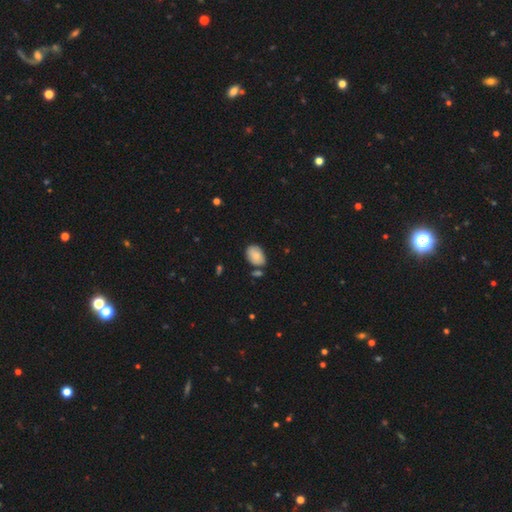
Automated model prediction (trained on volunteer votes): Smooth or featured?
  - smooth: 85% *
  - featured or disk: 8%
  - star or artifact: 8%
How rounded?
  - in between: 86% *
  - round: 13%
  - cigar-shaped: 1%
Merging?
  - none: 66% *
  - minor disturbance: 20%
  - merger: 10%
  - major disturbance: 4%